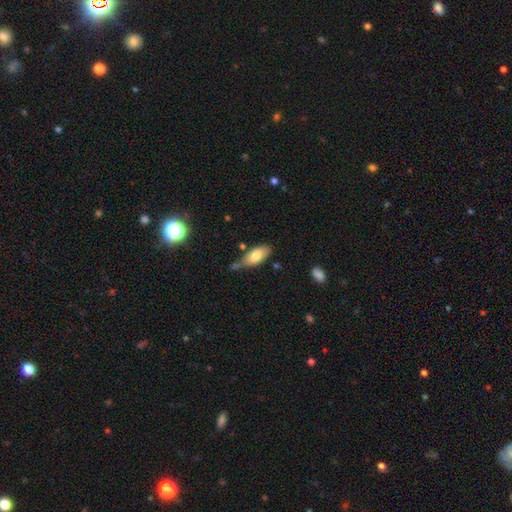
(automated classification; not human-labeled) smooth 75%, featured or disk 18%, star or artifact 7%. Down the decision tree: how rounded — in between (87%); merging — none (51%).